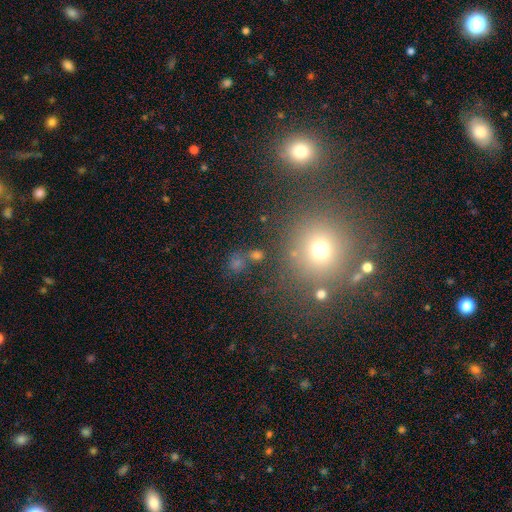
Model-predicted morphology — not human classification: Smooth or featured? smooth (56%)
How rounded? round (81%)
Merging? none (75%)